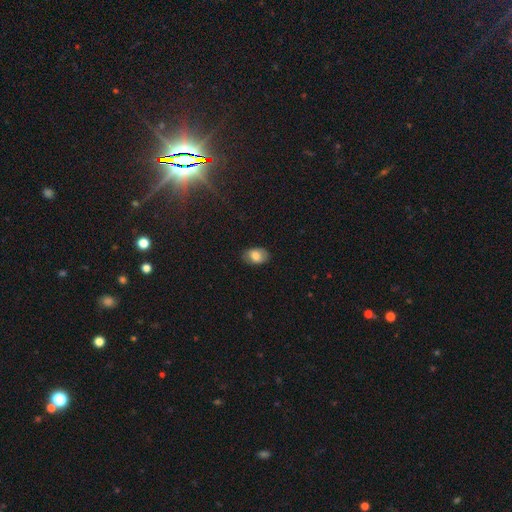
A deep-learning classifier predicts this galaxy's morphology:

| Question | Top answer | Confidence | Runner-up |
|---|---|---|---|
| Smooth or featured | smooth | 80% | featured or disk (12%) |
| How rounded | in between | 87% | round (11%) |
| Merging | none | 83% | minor disturbance (13%) |